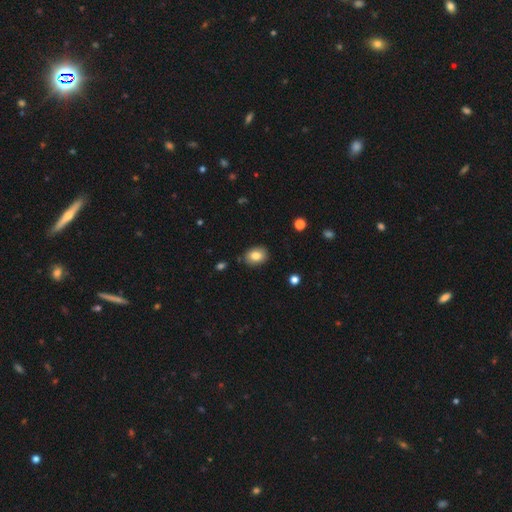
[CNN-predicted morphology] Overall: smooth (83%). How rounded: in between (70%). Merging: none (83%).